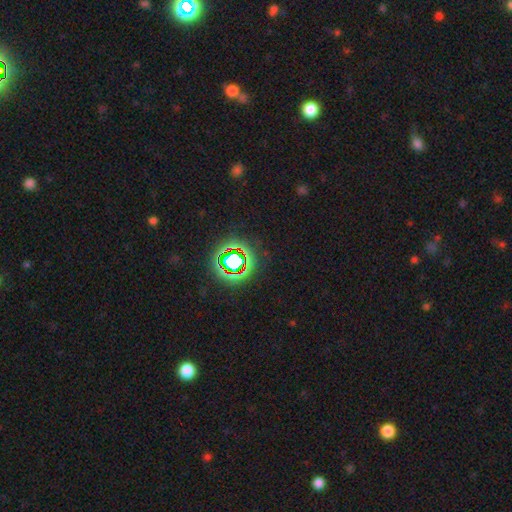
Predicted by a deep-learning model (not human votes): Smooth or featured?
  - star or artifact: 78% *
  - smooth: 14%
  - featured or disk: 8%